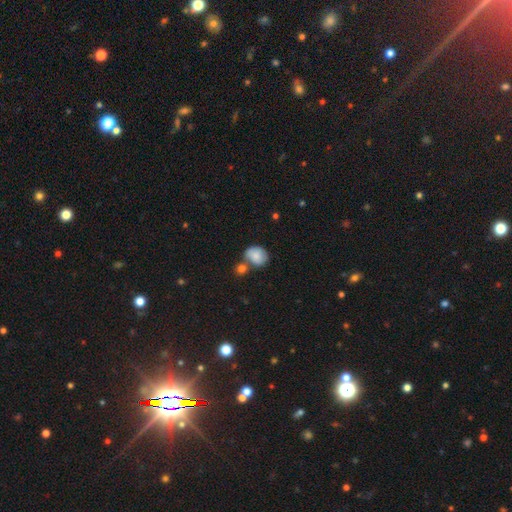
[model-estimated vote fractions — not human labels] Morphology: type=smooth (79%); roundness=round (65%); merging=none (46%).